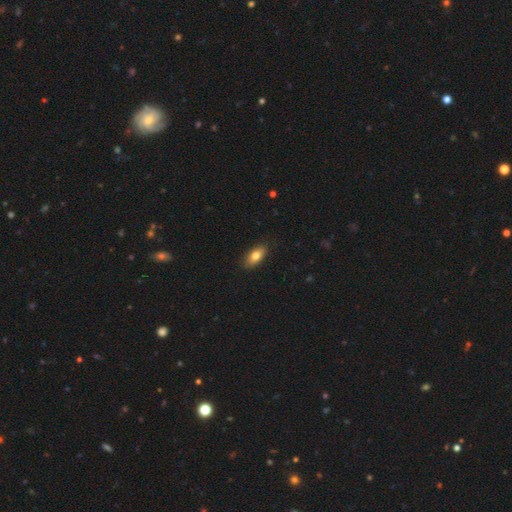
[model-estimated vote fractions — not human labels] This is clearly a smooth galaxy (80%). How rounded: clearly in between (87%). Merging: clearly none (87%).